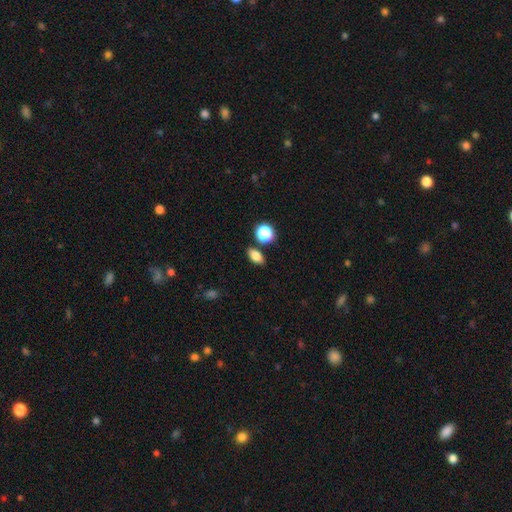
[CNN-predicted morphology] A smooth galaxy with no disk features (81%) that is in between round and cigar-shaped (81%).

Vote fractions:
- Smooth or featured? smooth: 81% / star or artifact: 12% / featured or disk: 8%
- How rounded? in between: 81% / round: 15% / cigar-shaped: 4%
- Merging? none: 80% / minor disturbance: 10% / merger: 7% / major disturbance: 3%